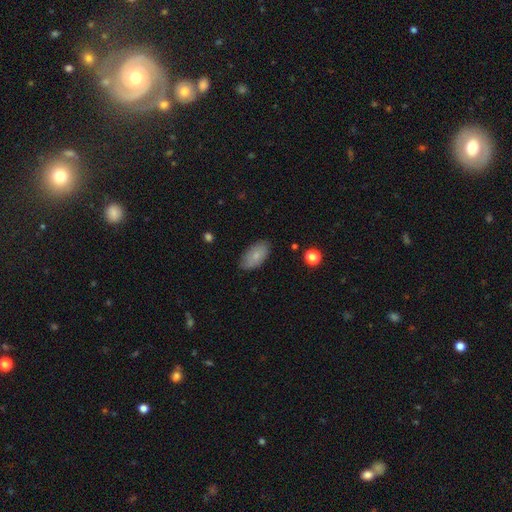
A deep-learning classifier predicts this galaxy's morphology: Q: Smooth or featured?
A: smooth (78%); runner-up: featured or disk (15%)
Q: How rounded?
A: in between (94%); runner-up: round (3%)
Q: Merging?
A: none (81%); runner-up: minor disturbance (15%)